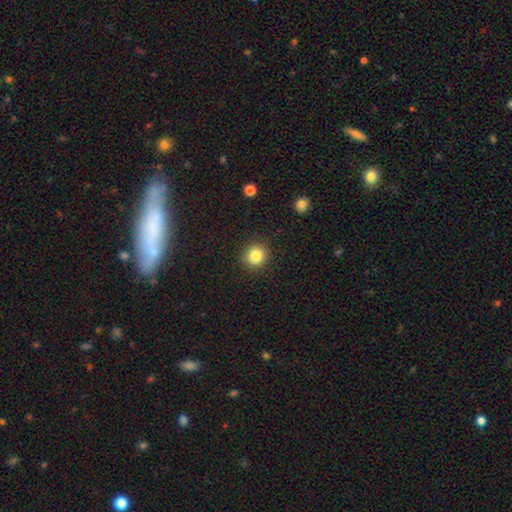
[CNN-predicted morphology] type=smooth (84%); roundness=round (91%); merging=none (91%).